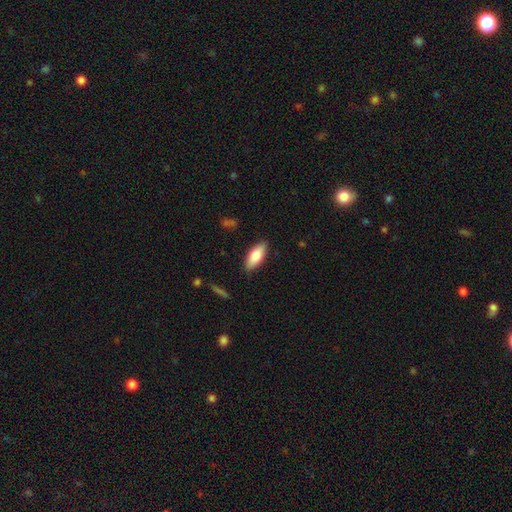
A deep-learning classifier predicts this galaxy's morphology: smooth 79%, featured or disk 15%, star or artifact 6%. Down the decision tree: how rounded — in between (79%); merging — none (87%).